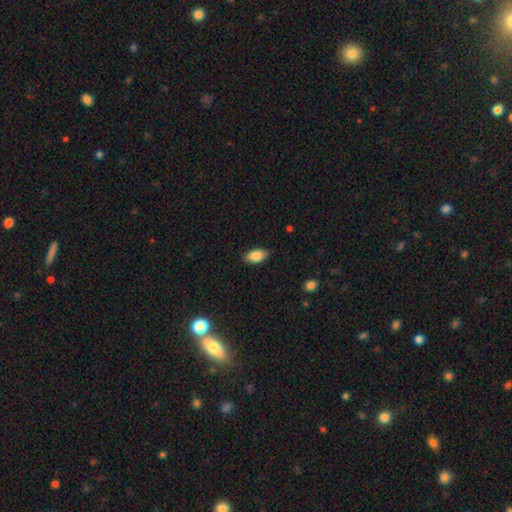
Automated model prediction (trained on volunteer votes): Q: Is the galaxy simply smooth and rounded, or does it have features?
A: smooth — 85%.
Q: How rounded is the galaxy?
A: in between — 92%.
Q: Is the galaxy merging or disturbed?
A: none — 86%.